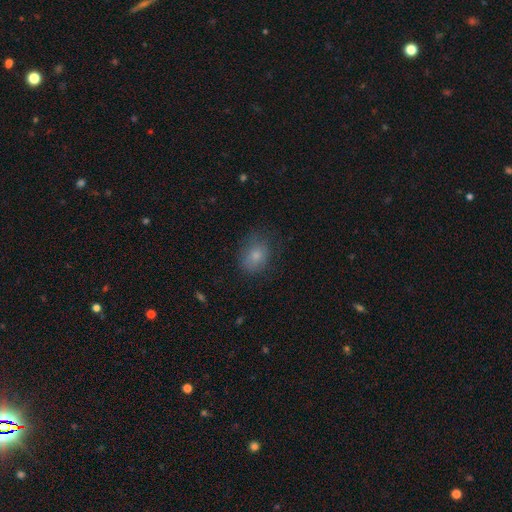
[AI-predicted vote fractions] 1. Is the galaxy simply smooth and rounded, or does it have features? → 78% smooth, 12% featured or disk, 10% star or artifact.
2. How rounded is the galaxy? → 53% in between, 46% round, 1% cigar-shaped.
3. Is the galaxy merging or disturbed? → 66% none, 24% minor disturbance, 9% major disturbance, 1% merger.